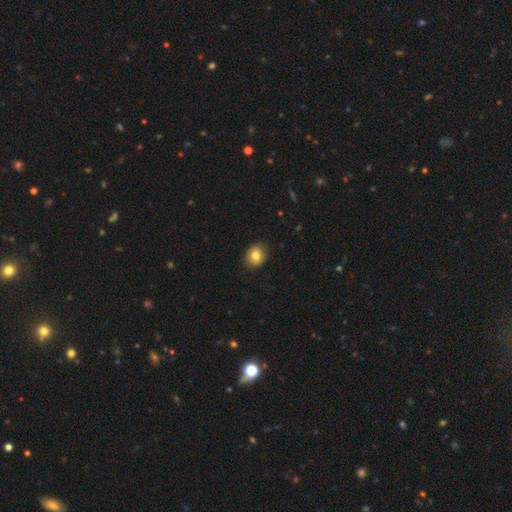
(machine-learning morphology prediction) A smooth galaxy with no disk features (82%) that is round (53%).

Vote fractions:
- Smooth or featured? smooth: 82% / featured or disk: 10% / star or artifact: 9%
- How rounded? round: 53% / in between: 46% / cigar-shaped: 1%
- Merging? none: 86% / minor disturbance: 11% / major disturbance: 2% / merger: 1%